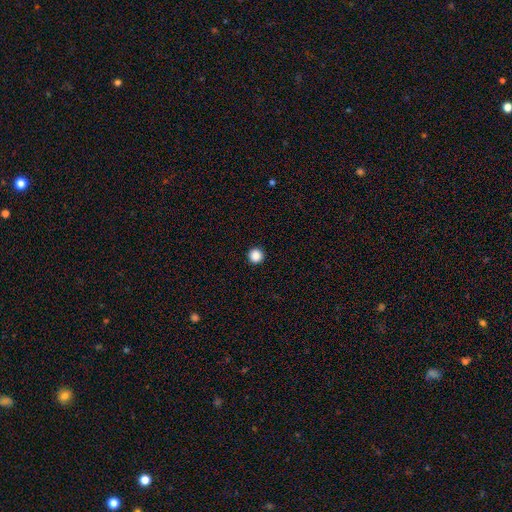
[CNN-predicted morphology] Smooth or featured?
  - smooth: 88% *
  - star or artifact: 10%
  - featured or disk: 2%
How rounded?
  - round: 97% *
  - in between: 2%
  - cigar-shaped: 1%
Merging?
  - none: 94% *
  - minor disturbance: 4%
  - major disturbance: 1%
  - merger: 1%